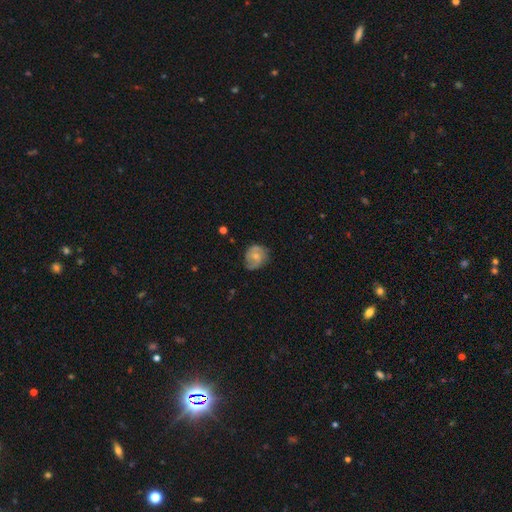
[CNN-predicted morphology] This appears to be a featured or disk galaxy (48%). Merging: none (64%).